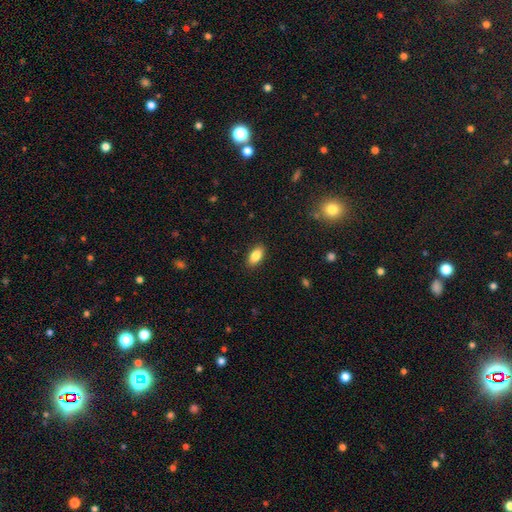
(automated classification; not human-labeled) smooth_or_featured: smooth (p=0.86) [alt: star or artifact p=0.08]
how_rounded: in between (p=0.91) [alt: cigar-shaped p=0.05]
merging: none (p=0.89) [alt: minor disturbance p=0.08]